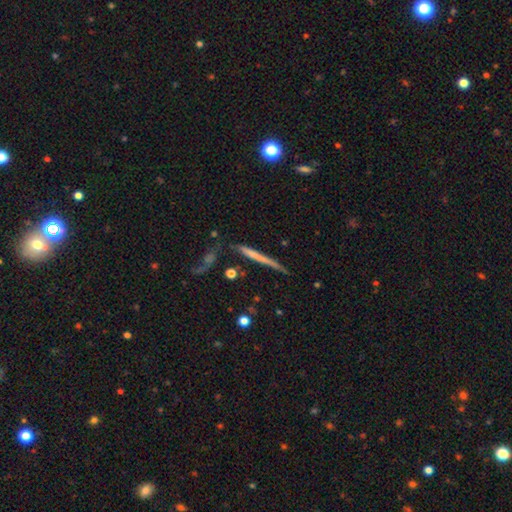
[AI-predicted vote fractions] Smooth or featured? Predicted: featured or disk (p=0.51). Edge-on disk? Predicted: yes (p=0.91). Merging? Predicted: none (p=0.65).